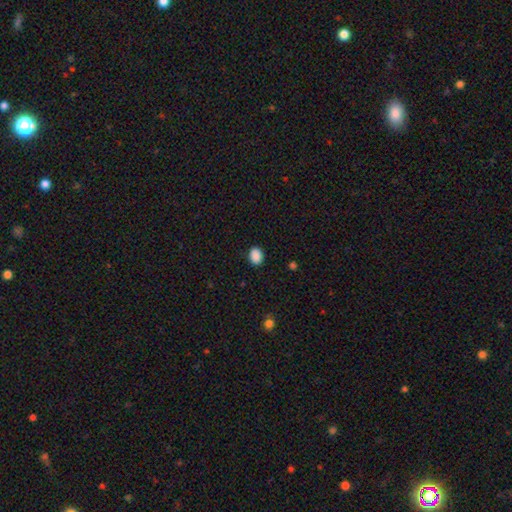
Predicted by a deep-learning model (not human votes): This appears to be a smooth galaxy with no disk features (89%) that is in between round and cigar-shaped (64%). Merging: none (88%).